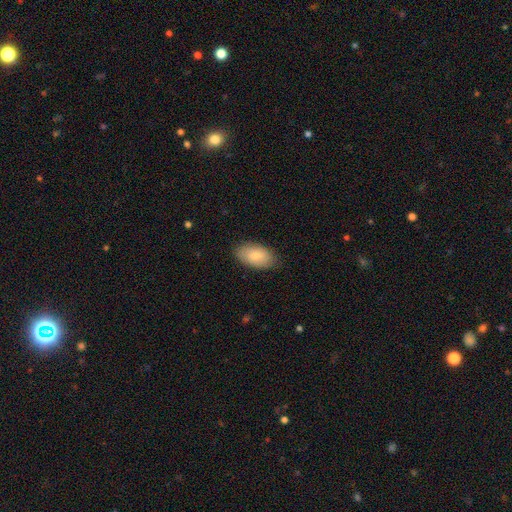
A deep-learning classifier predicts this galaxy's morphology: type=smooth (82%); roundness=in between (95%); merging=none (84%).